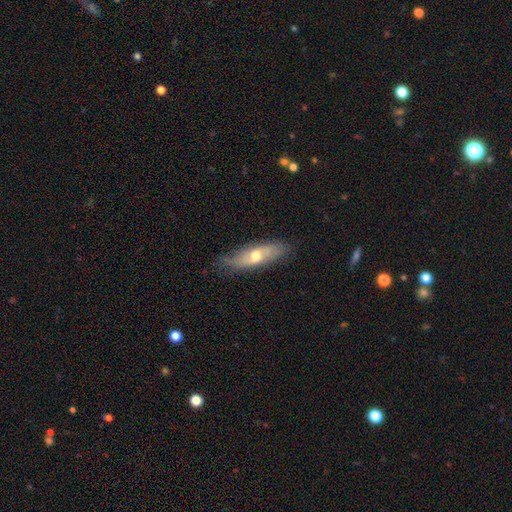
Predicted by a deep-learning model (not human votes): A smooth galaxy with no disk features (48%). Merging: none (73%).